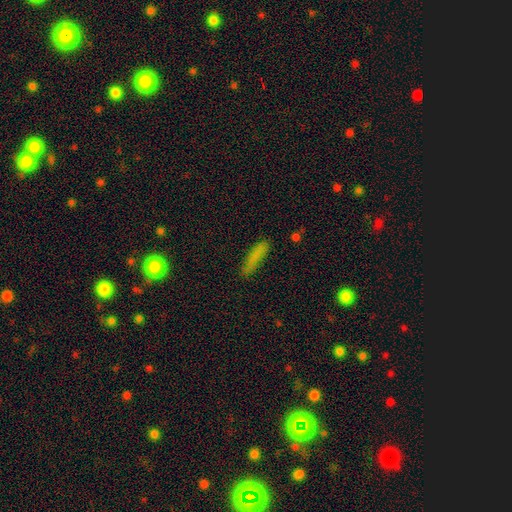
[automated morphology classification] smooth_or_featured: smooth (p=0.79) [alt: featured or disk p=0.11]
how_rounded: cigar-shaped (p=0.81) [alt: in between p=0.17]
merging: none (p=0.80) [alt: minor disturbance p=0.15]